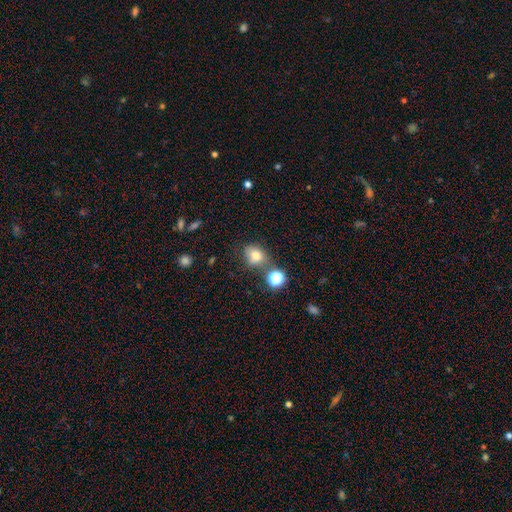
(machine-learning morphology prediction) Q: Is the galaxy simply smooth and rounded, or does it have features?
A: smooth — 76%.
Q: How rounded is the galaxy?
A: round — 55%.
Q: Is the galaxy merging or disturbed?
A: none — 63%.